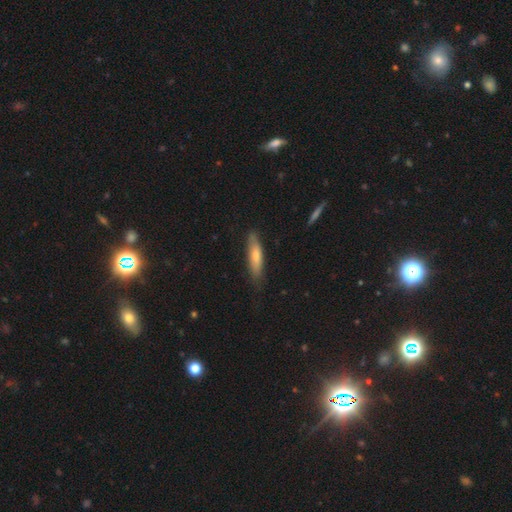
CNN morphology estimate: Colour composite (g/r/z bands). It shows a smooth galaxy with no disk features (61%) that is cigar-shaped (78%). Merging: none (79%).